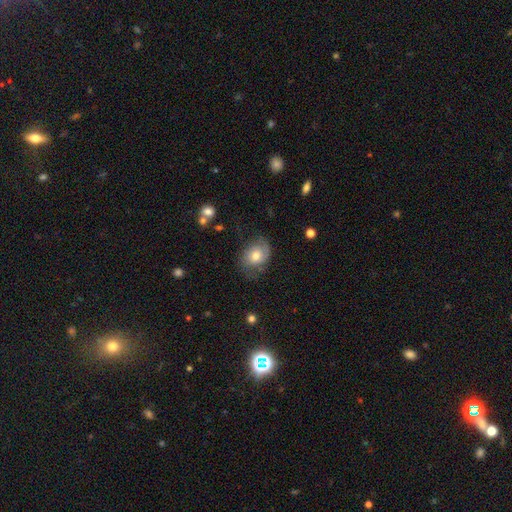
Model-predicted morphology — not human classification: The model was most divided on "smooth or featured": featured or disk: 47%, smooth: 44%, star or artifact: 9%. More confident: merging — none (59%).